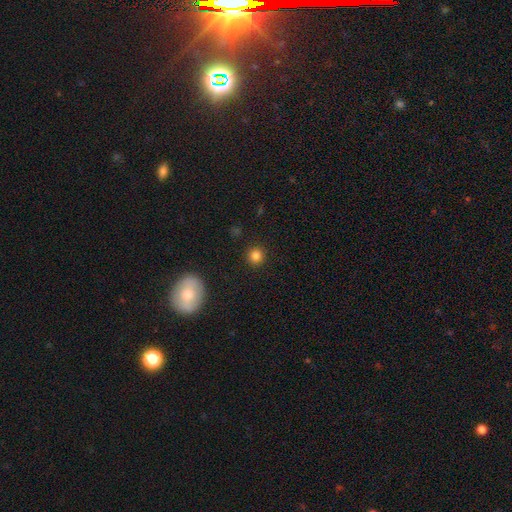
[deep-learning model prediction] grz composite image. It shows a smooth galaxy with no disk features (83%) that is round (93%). Merging: none (91%).